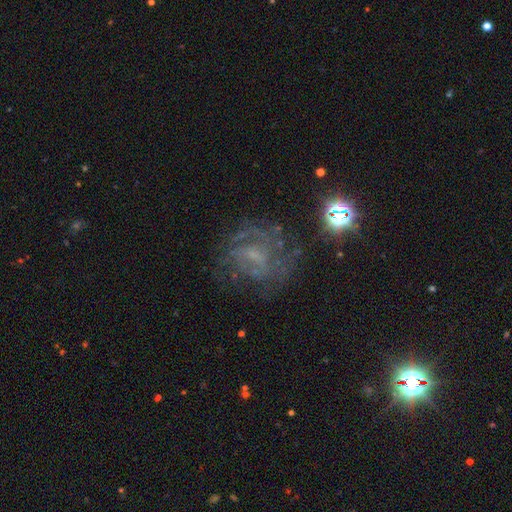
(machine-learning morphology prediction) Smooth or featured?
  - featured or disk: 63% *
  - star or artifact: 22%
  - smooth: 16%
Edge-on disk?
  - no: 97% *
  - yes: 3%
Bar?
  - no: 45% *
  - weak: 44%
  - strong: 12%
Spiral arms?
  - yes: 70% *
  - no: 30%
Bulge size?
  - small: 46% *
  - none: 36%
  - moderate: 16%
  - large: 2%
  - dominant: 1%
Merging?
  - none: 63% *
  - major disturbance: 18%
  - minor disturbance: 17%
  - merger: 3%